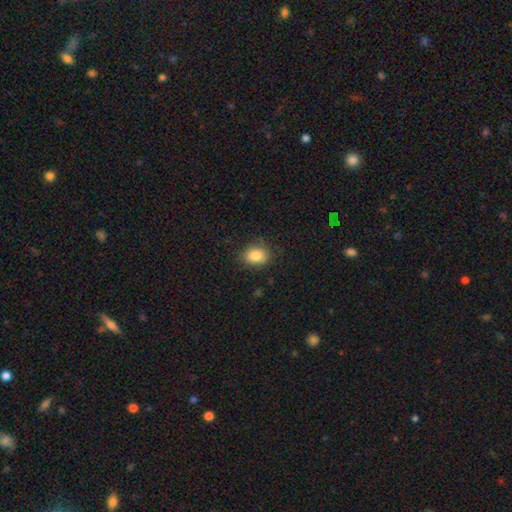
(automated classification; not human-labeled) The model was most divided on "how rounded": in between: 52%, round: 47%, cigar-shaped: 1%. More confident: smooth or featured — smooth (84%); merging — none (81%).